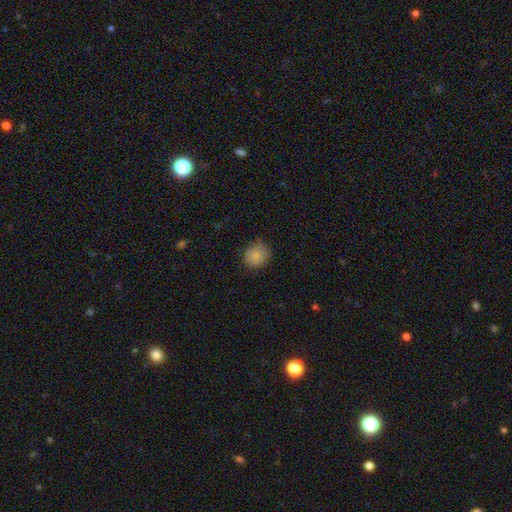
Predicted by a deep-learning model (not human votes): Smooth or featured?
  - smooth: 85% *
  - star or artifact: 9%
  - featured or disk: 6%
How rounded?
  - round: 78% *
  - in between: 21%
  - cigar-shaped: 1%
Merging?
  - none: 76% *
  - minor disturbance: 19%
  - major disturbance: 3%
  - merger: 1%